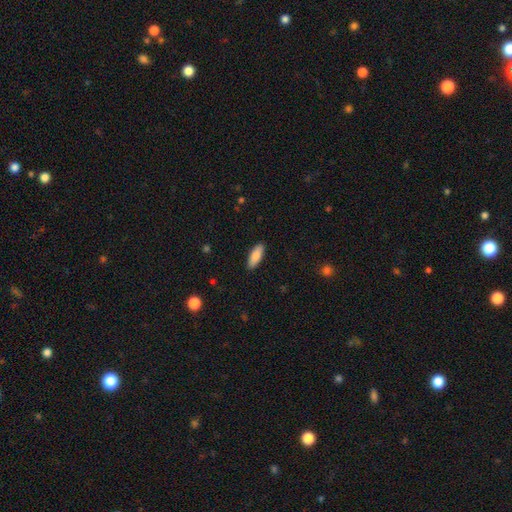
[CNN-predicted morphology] smooth-or-featured: smooth: 84% | featured or disk: 10% | star or artifact: 6%
  how-rounded: in between: 70% | cigar-shaped: 29% | round: 2%
  merging: none: 90% | minor disturbance: 8% | major disturbance: 2% | merger: 1%